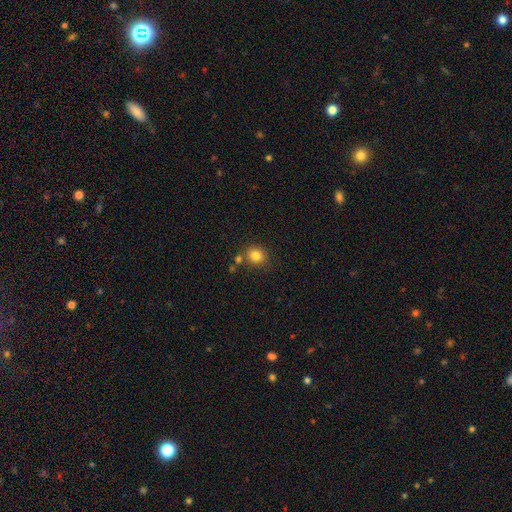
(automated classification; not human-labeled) smooth_or_featured: smooth (p=0.82) [alt: star or artifact p=0.12]
how_rounded: round (p=0.84) [alt: in between p=0.15]
merging: none (p=0.75) [alt: merger p=0.11]